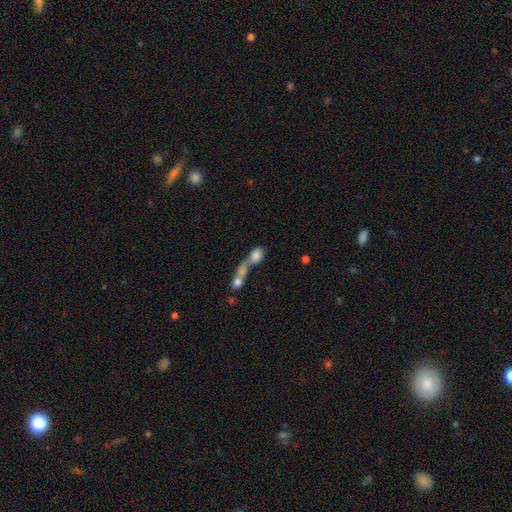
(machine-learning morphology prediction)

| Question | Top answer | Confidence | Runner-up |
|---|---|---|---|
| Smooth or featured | smooth | 71% | featured or disk (19%) |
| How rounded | in between | 60% | round (29%) |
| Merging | merger | 74% | none (13%) |